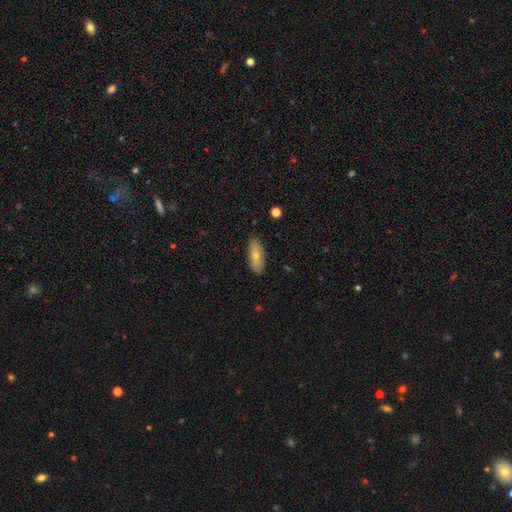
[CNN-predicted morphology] A smooth galaxy with no disk features (71%) that is in between round and cigar-shaped (80%).

Vote fractions:
- Smooth or featured? smooth: 71% / featured or disk: 22% / star or artifact: 7%
- How rounded? in between: 80% / cigar-shaped: 18% / round: 3%
- Merging? none: 84% / minor disturbance: 13% / major disturbance: 2% / merger: 1%